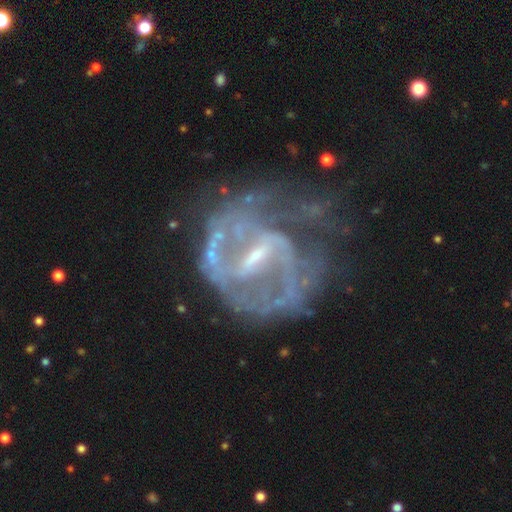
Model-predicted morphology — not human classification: smooth_or_featured: featured or disk (p=0.84) [alt: star or artifact p=0.08]
disk_edge_on: no (p=0.97) [alt: yes p=0.03]
bar: strong (p=0.44) [alt: weak p=0.42]
has_spiral_arms: yes (p=0.79) [alt: no p=0.21]
spiral_winding: medium (p=0.43) [alt: tight p=0.34]
spiral_arm_count: 2 (p=0.49) [alt: can't tell p=0.30]
bulge_size: small (p=0.63) [alt: moderate p=0.19]
merging: none (p=0.44) [alt: major disturbance p=0.29]